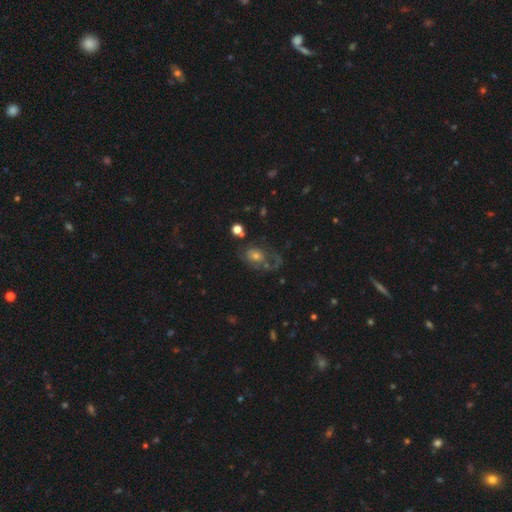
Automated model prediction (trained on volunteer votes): Smooth or featured: featured or disk — 45% (smooth — 37%)
Merging: none — 43% (major disturbance — 31%)